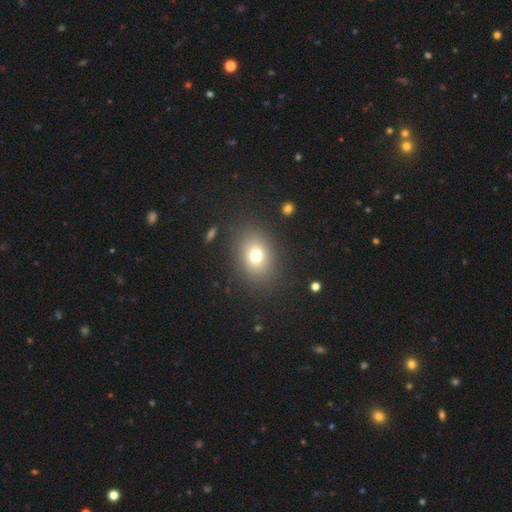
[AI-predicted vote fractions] Smooth or featured?
  - smooth: 73% *
  - star or artifact: 14%
  - featured or disk: 13%
How rounded?
  - in between: 61% *
  - round: 38%
  - cigar-shaped: 1%
Merging?
  - none: 85% *
  - minor disturbance: 9%
  - major disturbance: 4%
  - merger: 2%